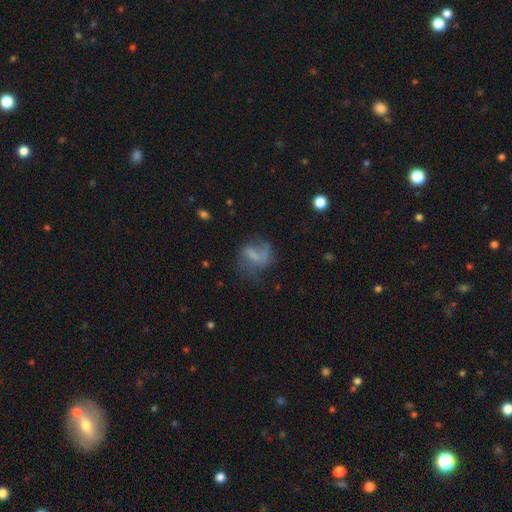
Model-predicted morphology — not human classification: featured or disk 50%, smooth 38%, star or artifact 12%. Down the decision tree: edge-on disk — no (97%); merging — none (39%).